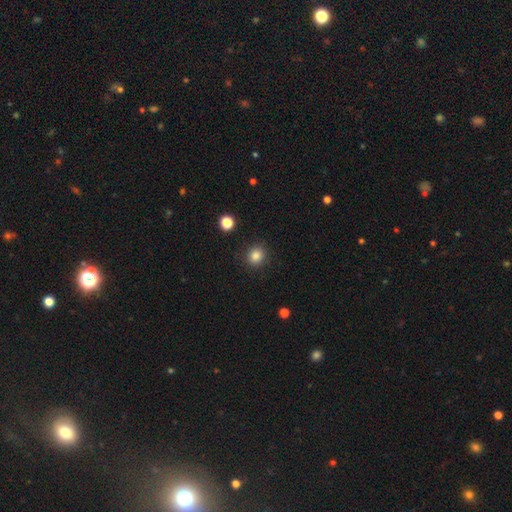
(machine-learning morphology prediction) A smooth galaxy with no disk features (85%) that is round (84%).

Vote fractions:
- Smooth or featured? smooth: 85% / star or artifact: 11% / featured or disk: 4%
- How rounded? round: 84% / in between: 15% / cigar-shaped: 1%
- Merging? none: 89% / minor disturbance: 7% / major disturbance: 3% / merger: 1%